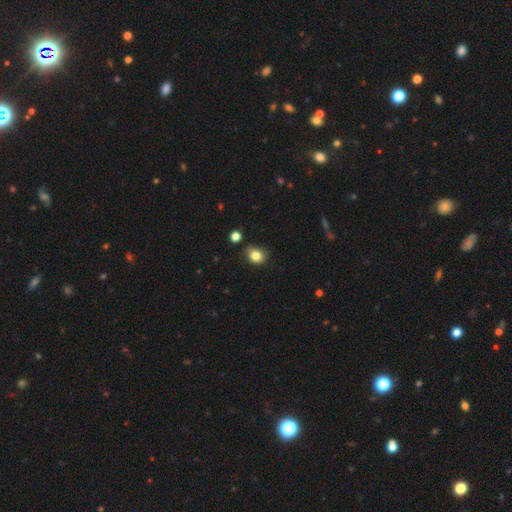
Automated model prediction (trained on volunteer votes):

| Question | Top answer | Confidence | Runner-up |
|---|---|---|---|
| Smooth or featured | smooth | 82% | star or artifact (11%) |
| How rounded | round | 63% | in between (36%) |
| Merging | none | 72% | minor disturbance (20%) |